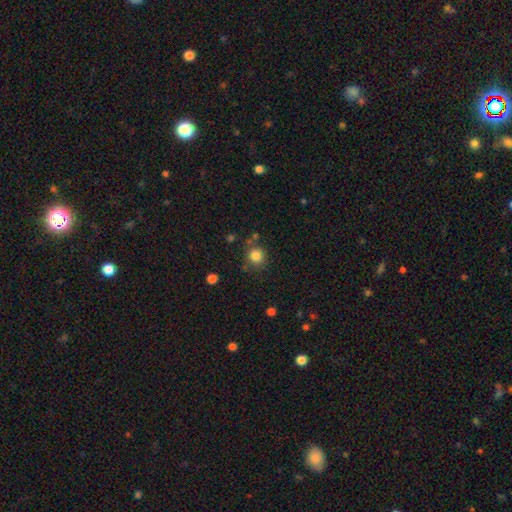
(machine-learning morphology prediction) Smooth or featured: smooth — 83% (star or artifact — 12%)
How rounded: round — 89% (in between — 10%)
Merging: none — 78% (minor disturbance — 12%)